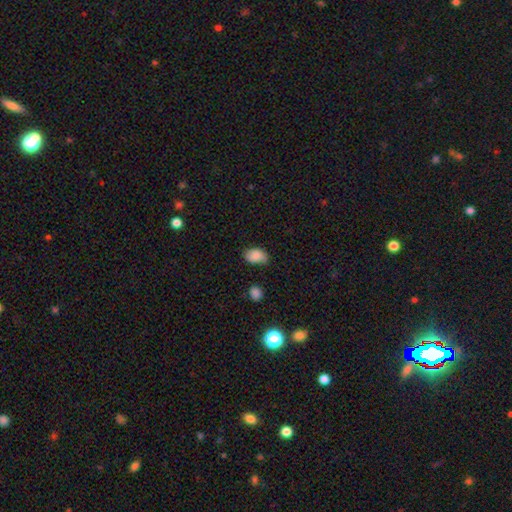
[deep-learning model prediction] Smooth or featured?
  - smooth: 82% *
  - featured or disk: 10%
  - star or artifact: 9%
How rounded?
  - in between: 85% *
  - round: 13%
  - cigar-shaped: 1%
Merging?
  - none: 65% *
  - minor disturbance: 29%
  - major disturbance: 5%
  - merger: 2%